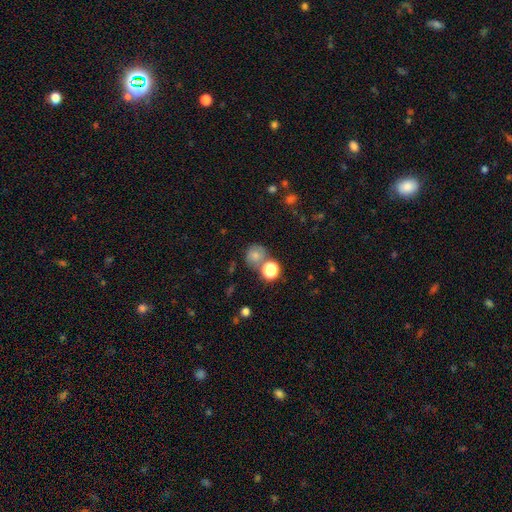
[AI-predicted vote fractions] A smooth galaxy with no disk features (68%) that is round (85%).

Vote fractions:
- Smooth or featured? smooth: 68% / star or artifact: 18% / featured or disk: 14%
- How rounded? round: 85% / in between: 14% / cigar-shaped: 1%
- Merging? none: 62% / merger: 20% / minor disturbance: 13% / major disturbance: 5%